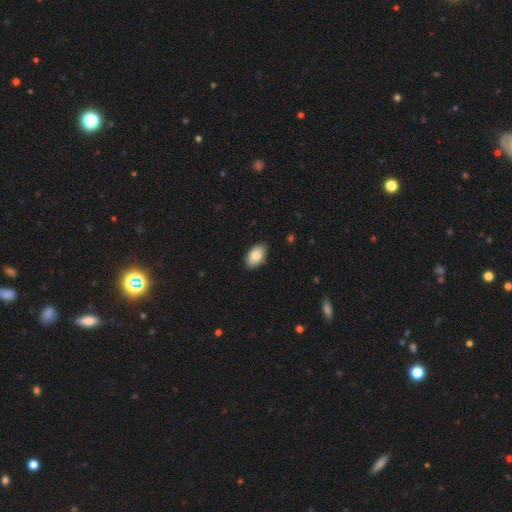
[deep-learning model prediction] smooth-or-featured: smooth: 85% | featured or disk: 8% | star or artifact: 7%
  how-rounded: in between: 94% | round: 4% | cigar-shaped: 2%
  merging: none: 88% | minor disturbance: 10% | major disturbance: 2% | merger: 1%